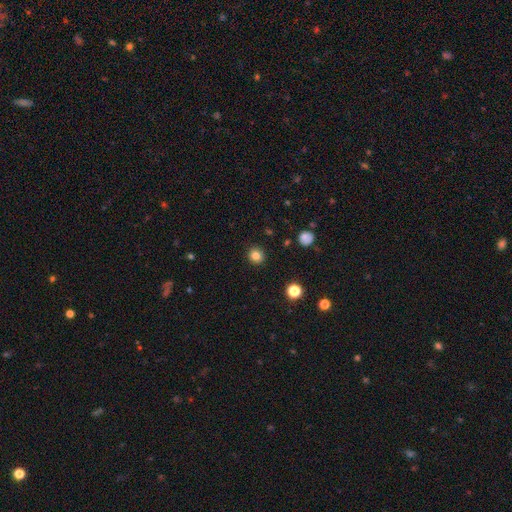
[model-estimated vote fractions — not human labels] Morphology: type=smooth (83%); roundness=round (91%); merging=none (92%).